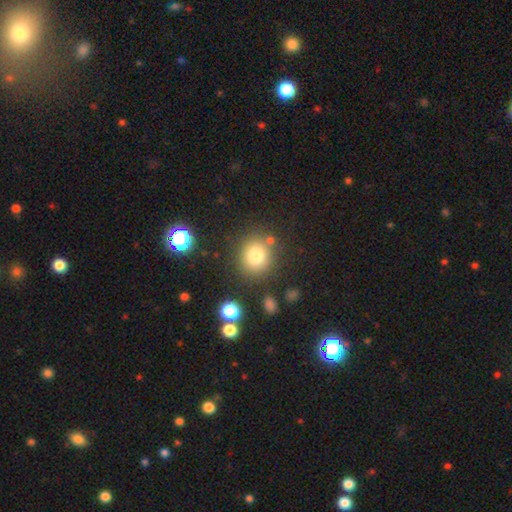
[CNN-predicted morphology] smooth_or_featured: smooth (p=0.79) [alt: star or artifact p=0.13]
how_rounded: round (p=0.84) [alt: in between p=0.15]
merging: none (p=0.80) [alt: minor disturbance p=0.10]